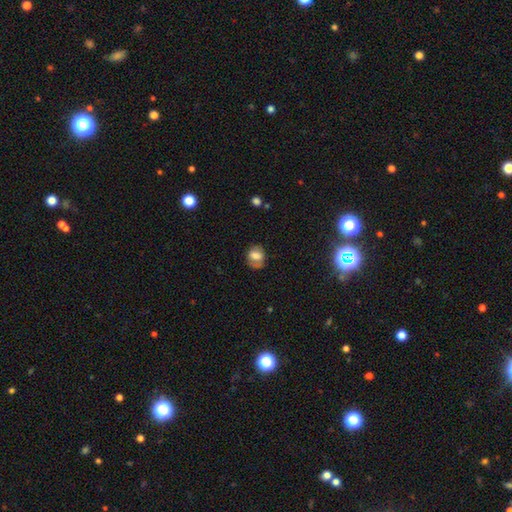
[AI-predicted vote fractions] Morphology: type=smooth (64%); roundness=in between (53%); merging=none (60%).